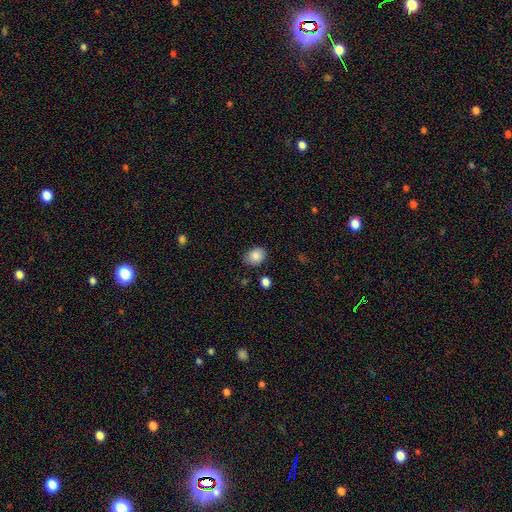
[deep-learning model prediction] Overall: smooth (86%). How rounded: in between (57%; round 42%). Merging: none (77%).